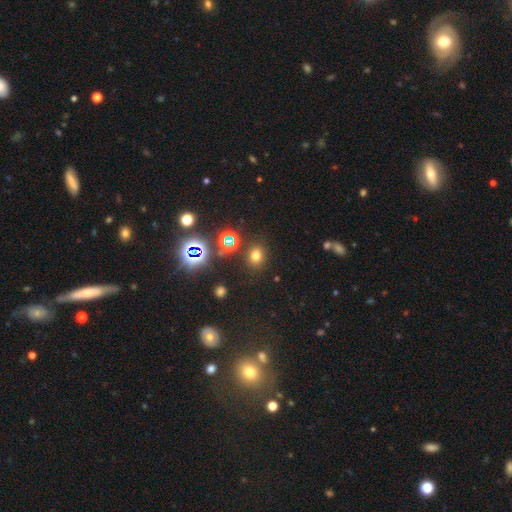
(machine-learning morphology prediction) Overall: smooth (66%; star or artifact 26%). How rounded: round (57%; in between 42%). Merging: none (83%).